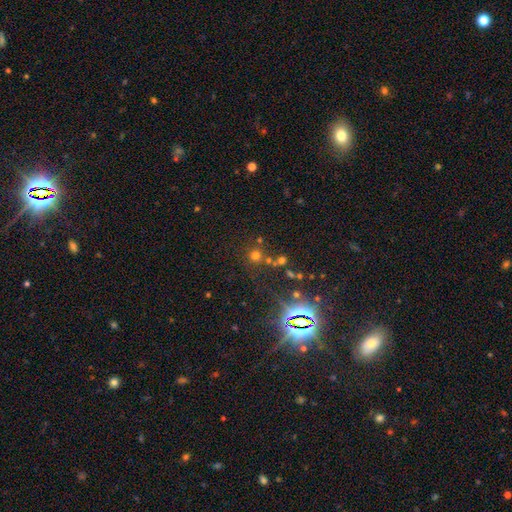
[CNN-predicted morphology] Q: Smooth or featured?
A: smooth (58%); runner-up: star or artifact (33%)
Q: How rounded?
A: round (92%); runner-up: in between (6%)
Q: Merging?
A: none (70%); runner-up: merger (16%)